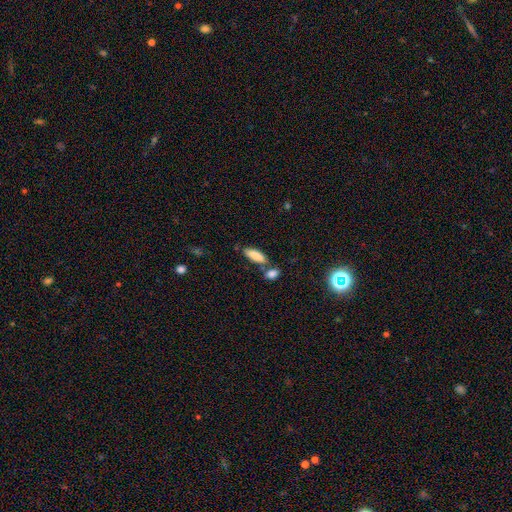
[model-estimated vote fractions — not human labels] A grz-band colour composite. It shows a smooth galaxy with no disk features (84%) that is in between round and cigar-shaped (69%). Merging: none (64%).